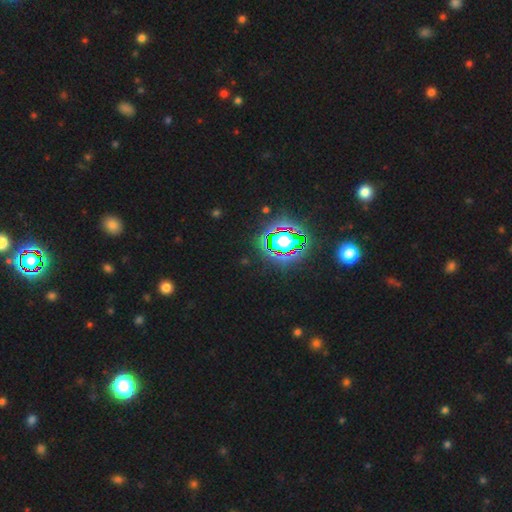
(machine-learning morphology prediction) A star or artifact, not a galaxy (81%).